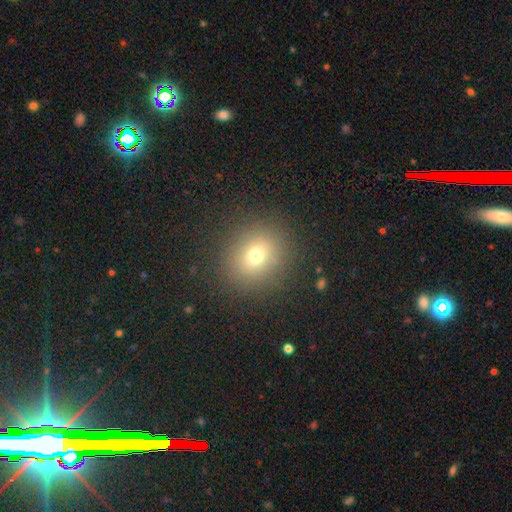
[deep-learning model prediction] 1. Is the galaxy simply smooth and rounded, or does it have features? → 71% smooth, 18% star or artifact, 12% featured or disk.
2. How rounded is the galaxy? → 76% round, 23% in between, 1% cigar-shaped.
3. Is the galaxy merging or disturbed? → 88% none, 7% minor disturbance, 4% major disturbance, 1% merger.